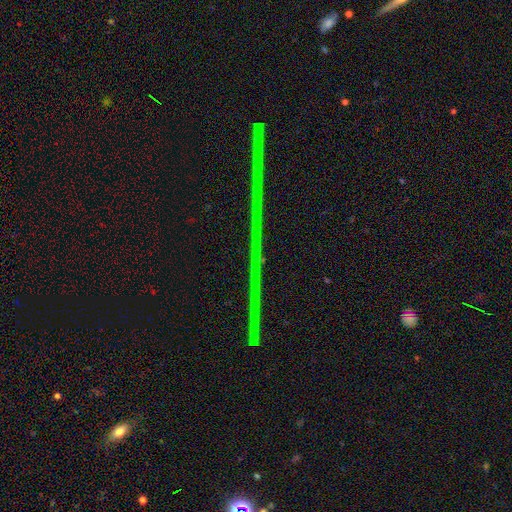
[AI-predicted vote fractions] smooth_or_featured: star or artifact (p=0.81) [alt: featured or disk p=0.12]